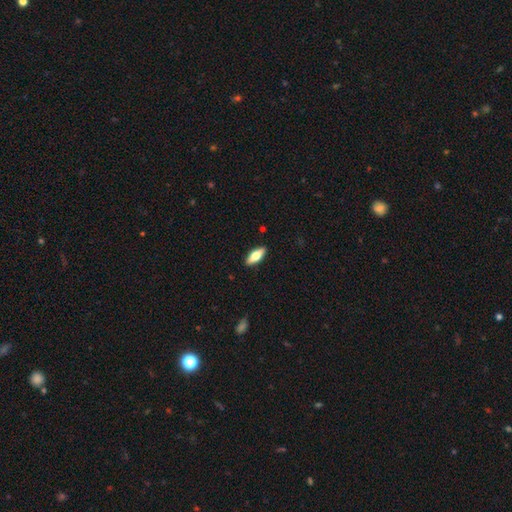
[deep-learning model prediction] A smooth galaxy with no disk features (64%) that is in between round and cigar-shaped (73%).

Vote fractions:
- Smooth or featured? smooth: 64% / featured or disk: 30% / star or artifact: 6%
- How rounded? in between: 73% / cigar-shaped: 25% / round: 3%
- Merging? none: 90% / minor disturbance: 8% / major disturbance: 2% / merger: 1%